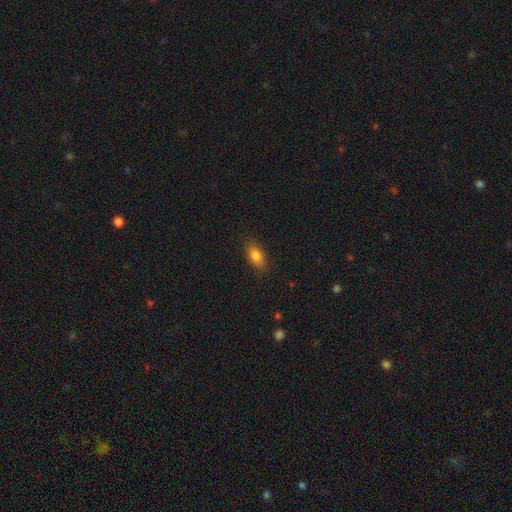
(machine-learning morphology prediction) A smooth galaxy with no disk features (83%) that is in between round and cigar-shaped (87%). Merging: none (85%).